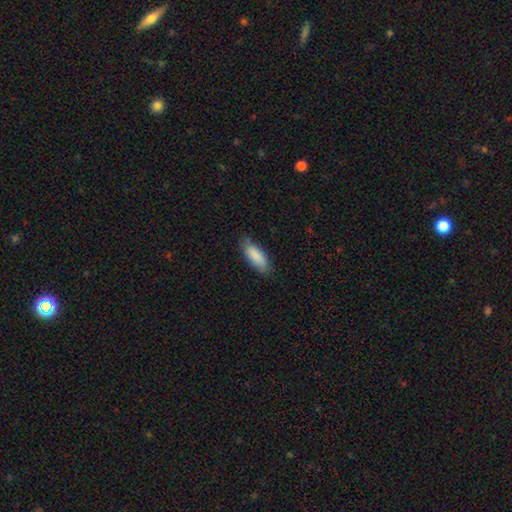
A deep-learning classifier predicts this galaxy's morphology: type=smooth (87%); roundness=in between (70%); merging=none (76%).